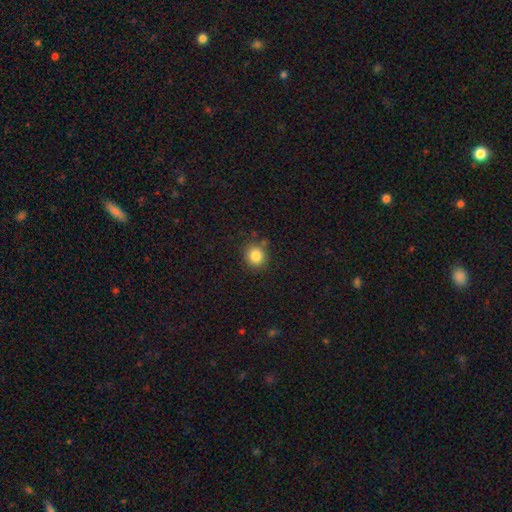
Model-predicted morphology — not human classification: smooth-or-featured: smooth: 85% | star or artifact: 10% | featured or disk: 5%
  how-rounded: round: 79% | in between: 20% | cigar-shaped: 1%
  merging: none: 80% | minor disturbance: 13% | merger: 4% | major disturbance: 3%